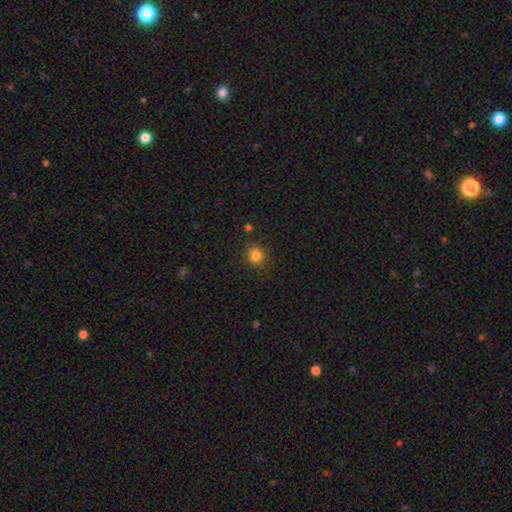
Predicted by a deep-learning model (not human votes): Smooth or featured?
  - smooth: 83% *
  - star or artifact: 13%
  - featured or disk: 4%
How rounded?
  - round: 86% *
  - in between: 13%
  - cigar-shaped: 1%
Merging?
  - none: 87% *
  - minor disturbance: 8%
  - major disturbance: 3%
  - merger: 2%